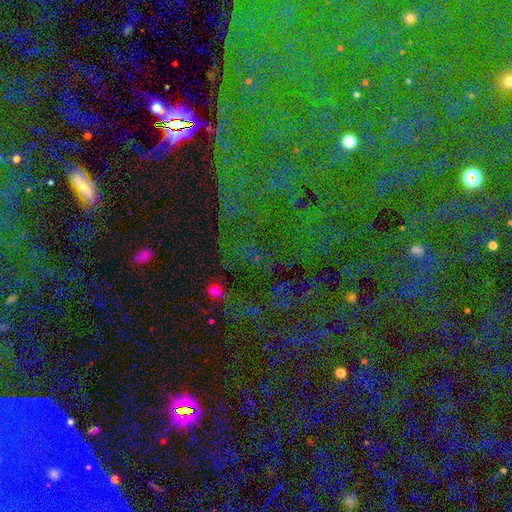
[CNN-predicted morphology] smooth_or_featured: star or artifact (p=0.78) [alt: smooth p=0.12]